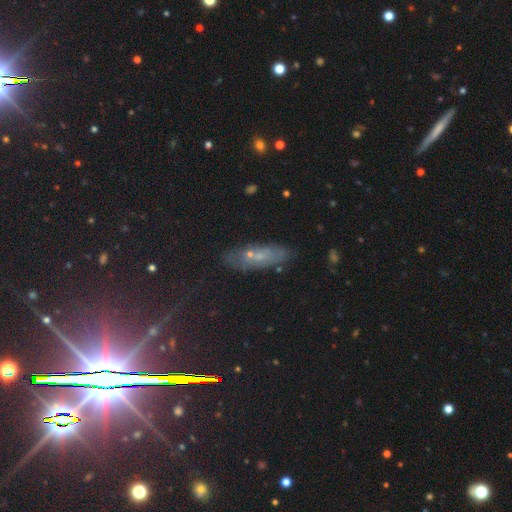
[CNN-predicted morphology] A smooth galaxy with no disk features (37%). Merging: none (78%).